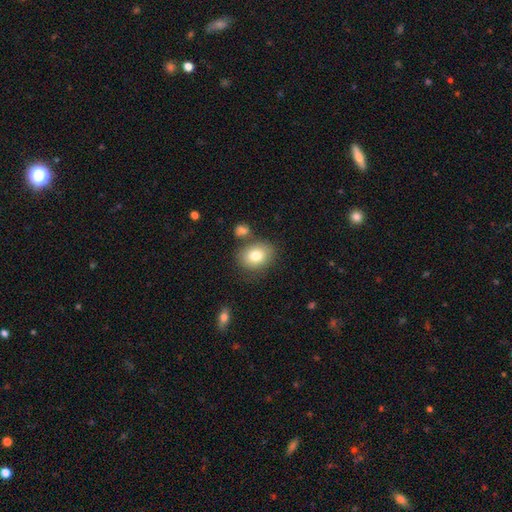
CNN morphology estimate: Q: Smooth or featured?
A: smooth (80%); runner-up: featured or disk (12%)
Q: How rounded?
A: in between (59%); runner-up: round (40%)
Q: Merging?
A: none (72%); runner-up: minor disturbance (14%)